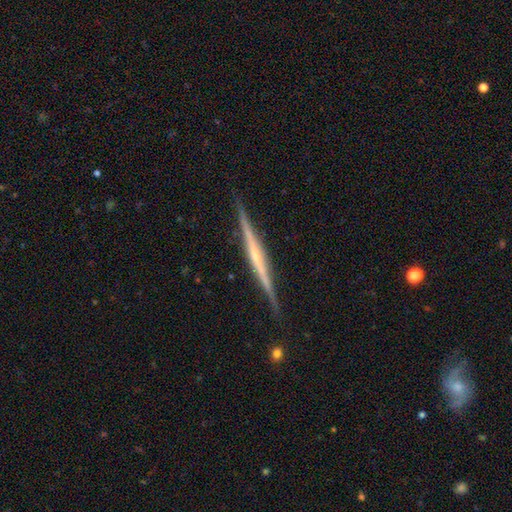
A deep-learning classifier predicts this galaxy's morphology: Smooth or featured? Predicted: featured or disk (p=0.78). Edge-on disk? Predicted: yes (p=0.98). Edge-on bulge? Predicted: none (p=0.56). Merging? Predicted: none (p=0.89).